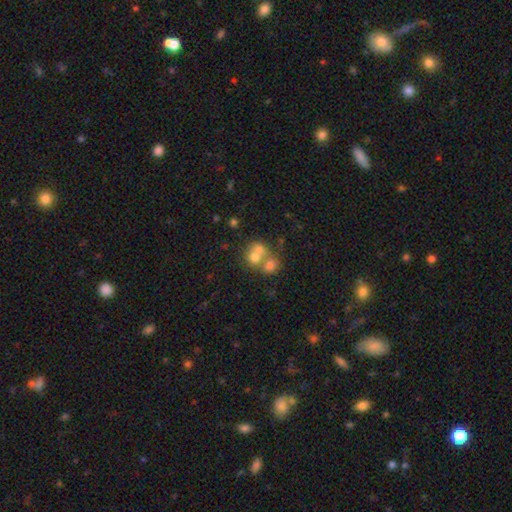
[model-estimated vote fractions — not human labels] The model was most divided on "merging": merger: 60%, none: 29%, minor disturbance: 7%, major disturbance: 5%. More confident: how rounded — round (69%); smooth or featured — smooth (61%).